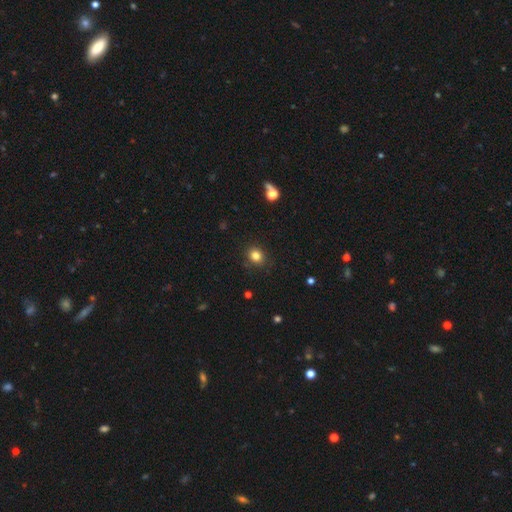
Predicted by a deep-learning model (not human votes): Morphology: type=smooth (83%); roundness=round (72%); merging=none (87%).